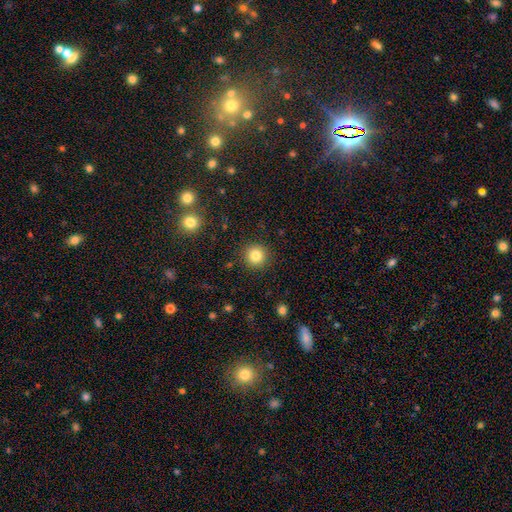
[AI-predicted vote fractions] Morphology: type=smooth (83%); roundness=round (94%); merging=none (91%).